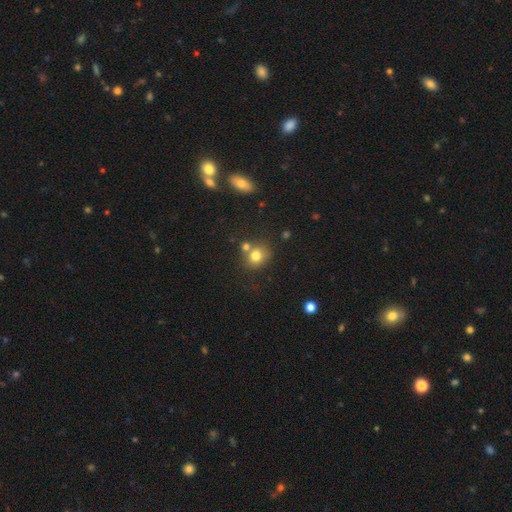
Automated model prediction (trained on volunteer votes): A smooth galaxy with no disk features (77%) that is round (74%). Merging: none (59%).